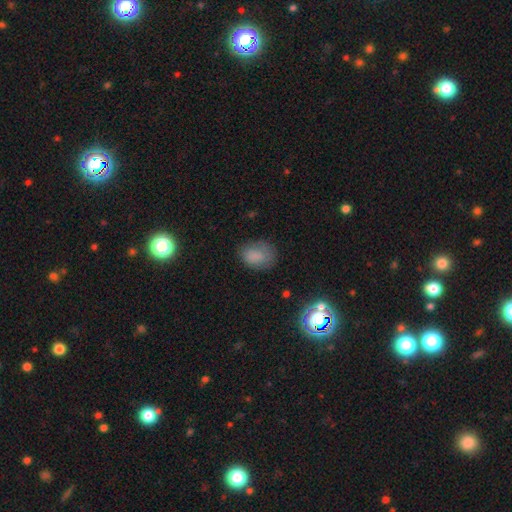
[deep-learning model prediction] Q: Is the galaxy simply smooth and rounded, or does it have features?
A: smooth — 80%.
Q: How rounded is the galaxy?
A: in between — 69%.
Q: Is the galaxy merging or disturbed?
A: none — 67%.